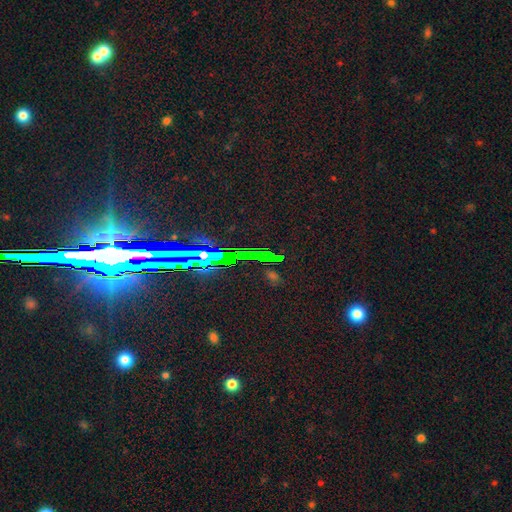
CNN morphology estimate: This appears to be a star or artifact, not a galaxy (80%).